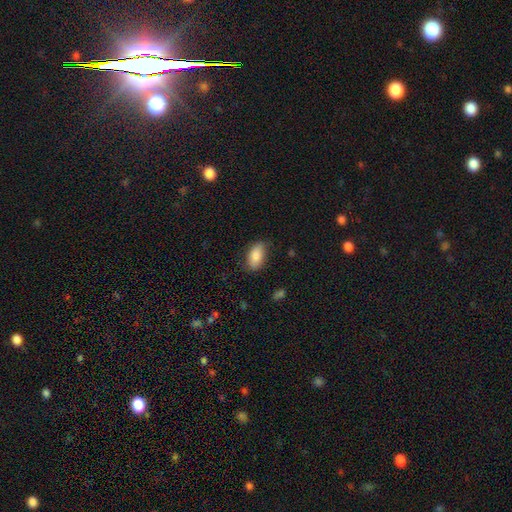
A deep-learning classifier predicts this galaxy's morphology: Smooth or featured?
  - smooth: 85% *
  - featured or disk: 8%
  - star or artifact: 7%
How rounded?
  - in between: 91% *
  - cigar-shaped: 5%
  - round: 4%
Merging?
  - none: 80% *
  - minor disturbance: 15%
  - major disturbance: 4%
  - merger: 1%